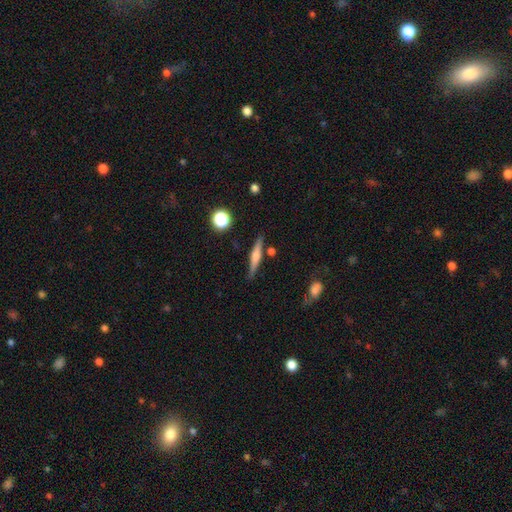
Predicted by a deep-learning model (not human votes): Morphology: type=featured or disk (56%); edge-on=yes (96%); edge-on bulge=rounded (73%); merging=none (84%).